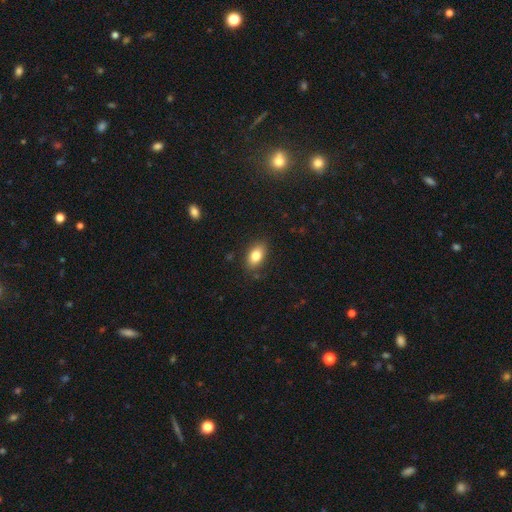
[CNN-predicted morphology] A smooth galaxy with no disk features (82%) that is in between round and cigar-shaped (89%). Merging: none (83%).